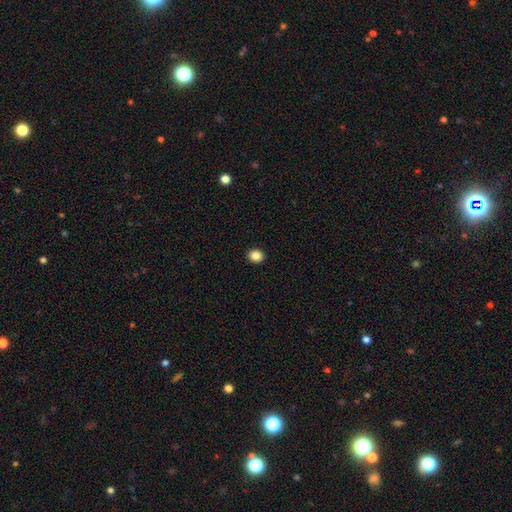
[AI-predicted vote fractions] smooth 86%, star or artifact 10%, featured or disk 4%. Down the decision tree: how rounded — round (73%); merging — none (93%).